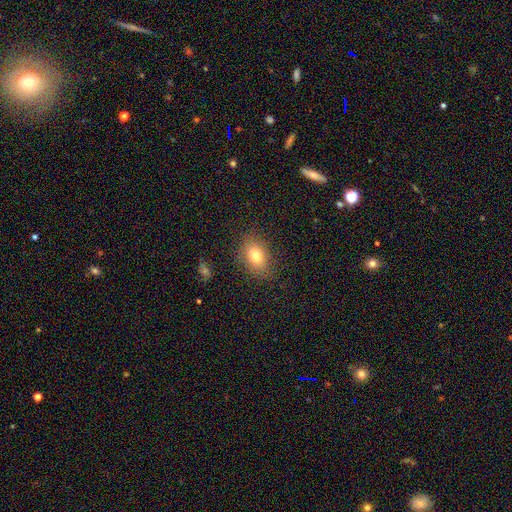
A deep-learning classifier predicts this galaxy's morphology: Overall: smooth (77%). How rounded: in between (75%). Merging: none (82%).